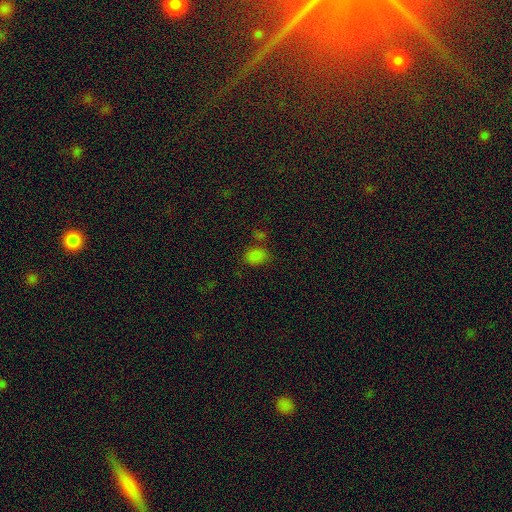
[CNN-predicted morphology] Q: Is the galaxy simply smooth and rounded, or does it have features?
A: smooth — 77%.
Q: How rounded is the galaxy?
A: in between — 64%.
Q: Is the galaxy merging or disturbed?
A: none — 64%.